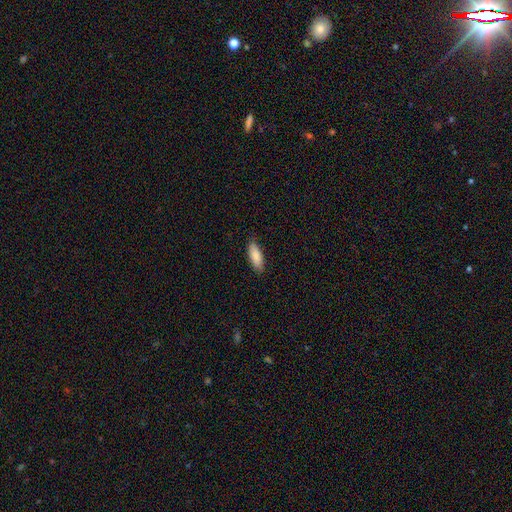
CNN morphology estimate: Smooth or featured: smooth — 86% (featured or disk — 8%)
How rounded: in between — 70% (cigar-shaped — 28%)
Merging: none — 85% (minor disturbance — 12%)